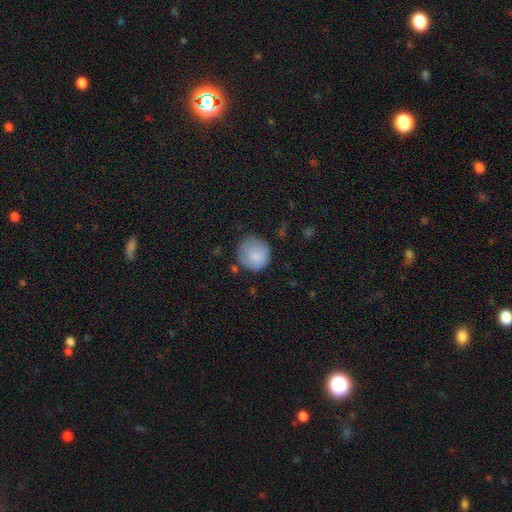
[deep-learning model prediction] Smooth or featured? smooth (85%)
How rounded? round (92%)
Merging? none (73%)